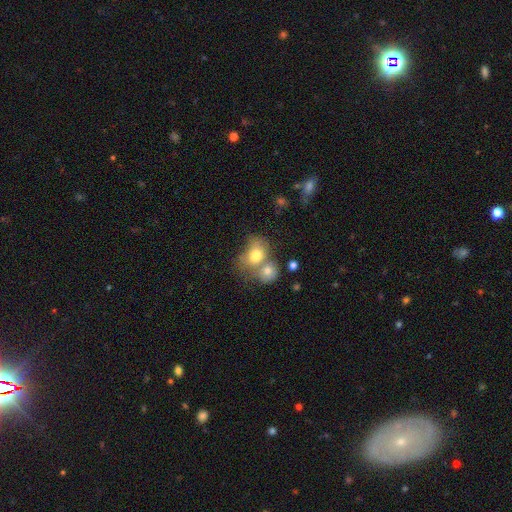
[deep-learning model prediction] Smooth or featured? smooth (73%)
How rounded? in between (51%)
Merging? merger (59%)